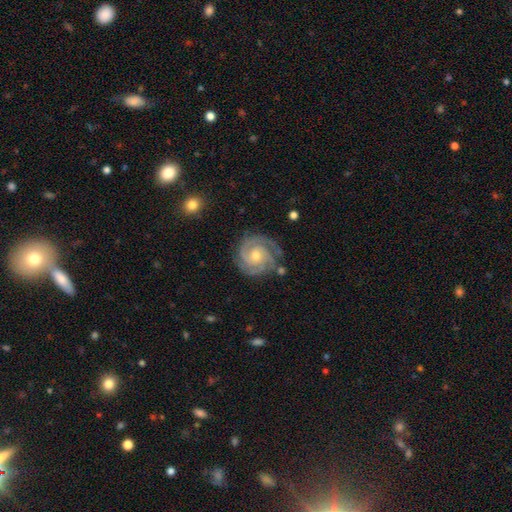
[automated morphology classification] A featured or disk galaxy (89%) with no bar (71%), 3 (48%) tight (72%) spiral arms (98%) and a moderate central bulge (52%).

Vote fractions:
- Smooth or featured? featured or disk: 89% / smooth: 6% / star or artifact: 5%
- Edge-on disk? no: 98% / yes: 2%
- Bar? no: 71% / weak: 24% / strong: 5%
- Spiral arms? yes: 98% / no: 2%
- Spiral winding? tight: 72% / medium: 24% / loose: 3%
- Spiral arm count? 3: 48% / 2: 22% / can't tell: 11% / 4: 11% / 1: 4% / more than 4: 4%
- Bulge size? moderate: 52% / small: 45% / large: 2% / none: 1% / dominant: 1%
- Merging? none: 77% / minor disturbance: 16% / major disturbance: 5% / merger: 2%